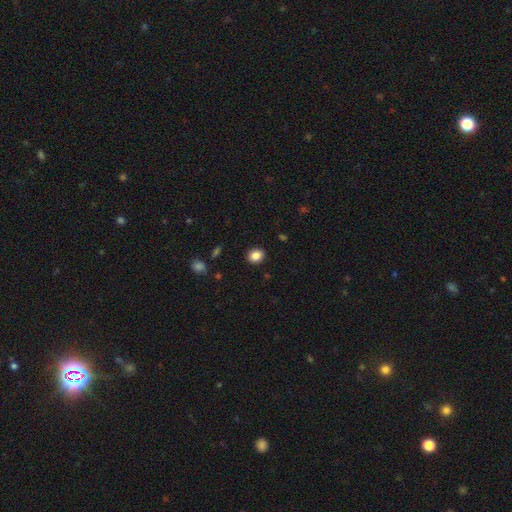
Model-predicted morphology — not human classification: The model was most divided on "how rounded": round: 64%, in between: 35%, cigar-shaped: 1%. More confident: merging — none (90%); smooth or featured — smooth (85%).